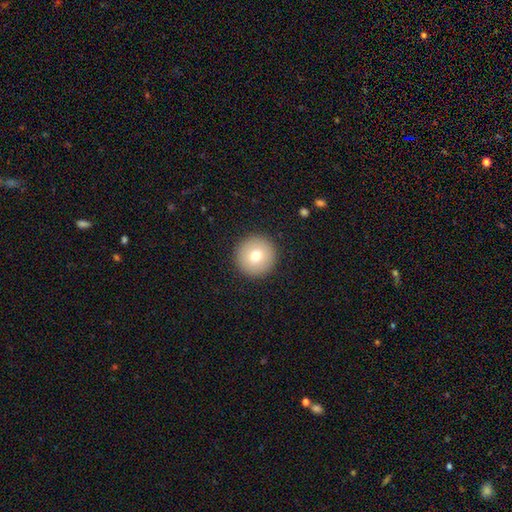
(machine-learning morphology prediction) Q: Smooth or featured?
A: smooth (74%); runner-up: featured or disk (16%)
Q: How rounded?
A: round (97%); runner-up: in between (2%)
Q: Merging?
A: none (93%); runner-up: minor disturbance (4%)